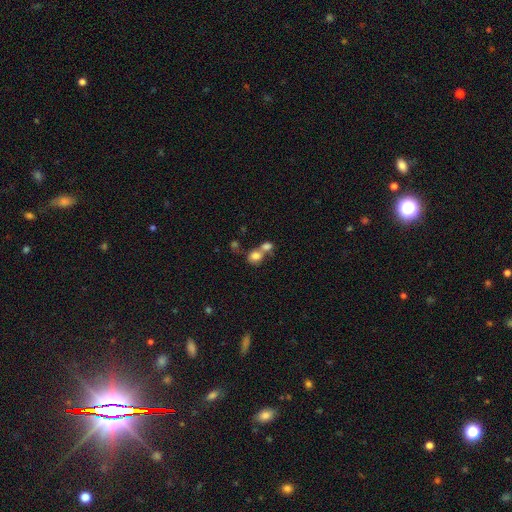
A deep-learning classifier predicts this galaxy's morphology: A smooth galaxy with no disk features (78%) that is round (62%). Merging: merger (60%).